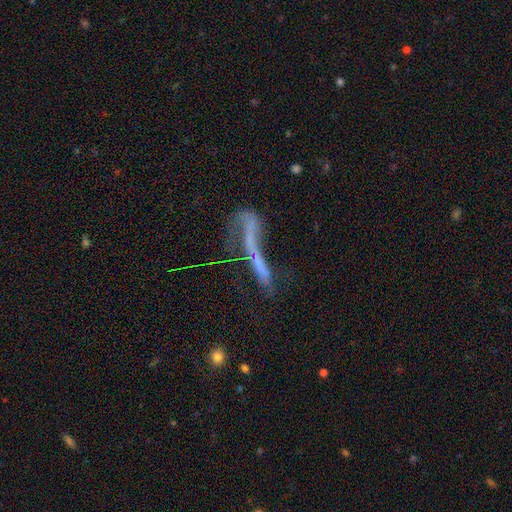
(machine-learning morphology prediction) smooth_or_featured: featured or disk (p=0.53) [alt: smooth p=0.30]
disk_edge_on: no (p=0.60) [alt: yes p=0.40]
merging: major disturbance (p=0.35) [alt: none p=0.27]